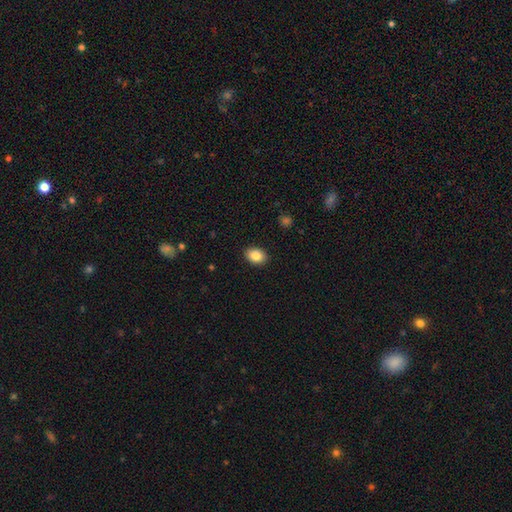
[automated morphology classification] smooth 86%, star or artifact 8%, featured or disk 6%. Down the decision tree: how rounded — in between (77%); merging — none (90%).